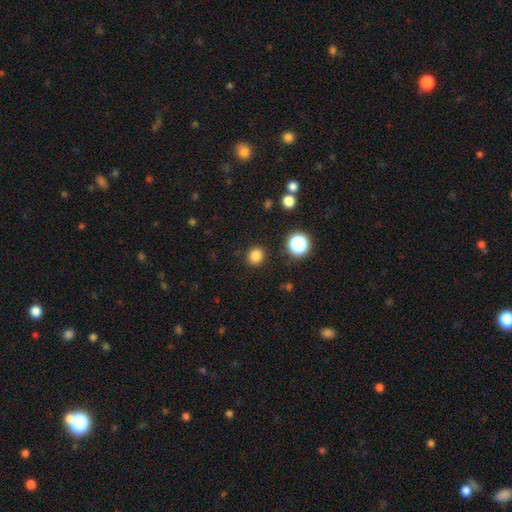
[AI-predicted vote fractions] smooth 83%, star or artifact 14%, featured or disk 4%. Down the decision tree: how rounded — round (86%); merging — none (90%).